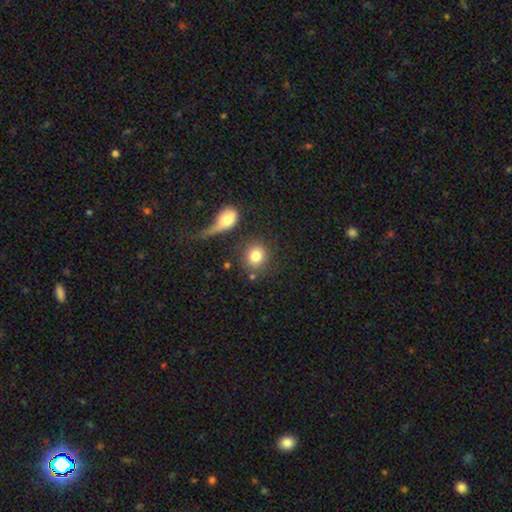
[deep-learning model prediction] smooth-or-featured: smooth: 83% | featured or disk: 9% | star or artifact: 9%
  how-rounded: round: 77% | in between: 21% | cigar-shaped: 2%
  merging: none: 66% | merger: 15% | minor disturbance: 11% | major disturbance: 8%